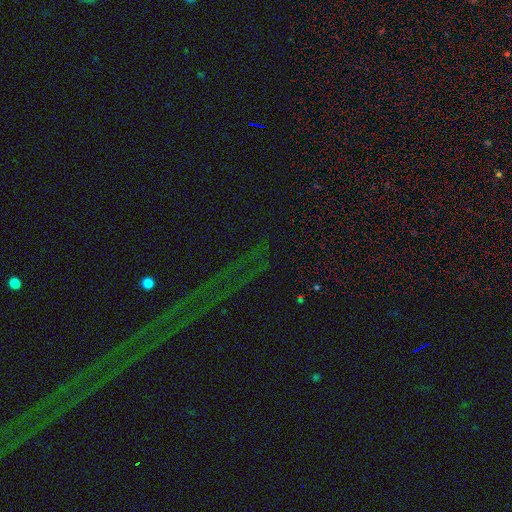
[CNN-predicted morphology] This appears to be a star or artifact, not a galaxy (79%).